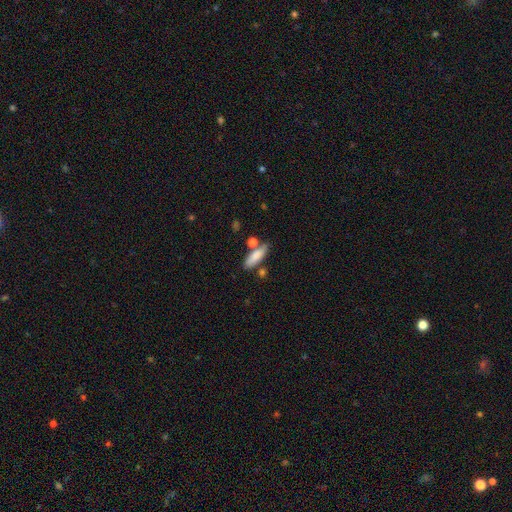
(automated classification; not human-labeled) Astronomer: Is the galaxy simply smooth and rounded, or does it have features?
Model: smooth — 81%.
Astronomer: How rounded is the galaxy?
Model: cigar-shaped — 52% (runner-up: in between, 46%).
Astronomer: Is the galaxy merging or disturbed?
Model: none — 68%.